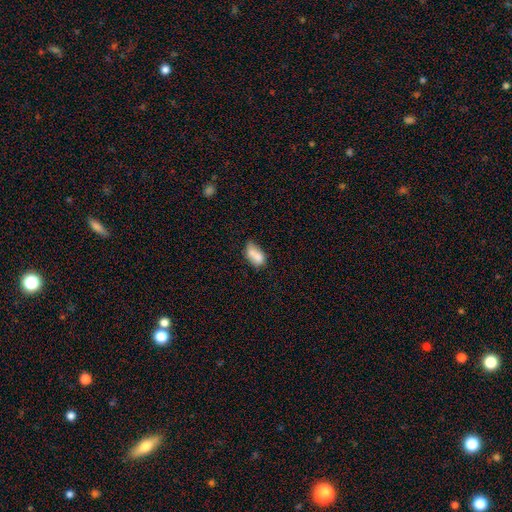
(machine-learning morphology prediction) smooth 74%, featured or disk 17%, star or artifact 9%. Down the decision tree: how rounded — in between (88%); merging — none (34%).